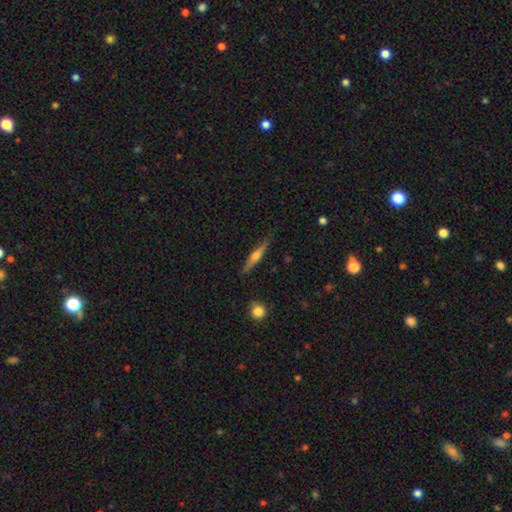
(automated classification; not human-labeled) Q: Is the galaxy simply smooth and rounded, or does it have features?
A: featured or disk — 64%.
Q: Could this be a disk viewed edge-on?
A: yes — 97%.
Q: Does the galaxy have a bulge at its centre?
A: rounded — 90%.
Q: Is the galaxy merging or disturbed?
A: none — 88%.